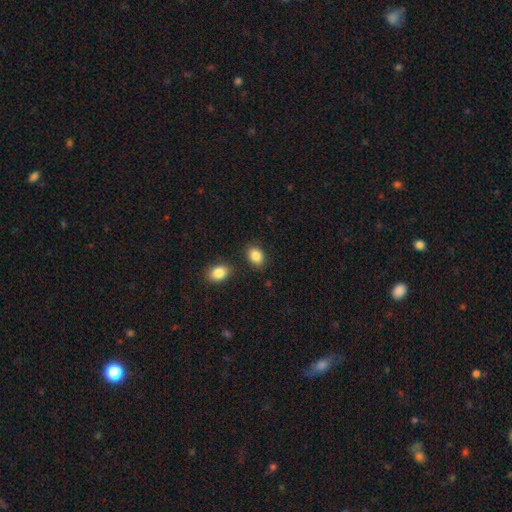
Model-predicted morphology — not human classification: Q: Smooth or featured?
A: smooth (87%); runner-up: star or artifact (8%)
Q: How rounded?
A: in between (71%); runner-up: round (27%)
Q: Merging?
A: none (81%); runner-up: minor disturbance (11%)